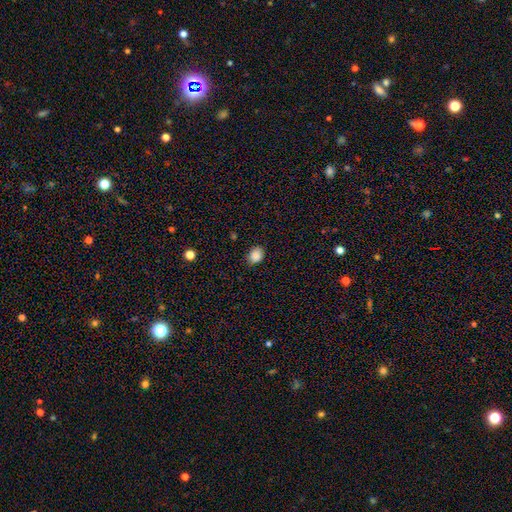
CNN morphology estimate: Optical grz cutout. It shows a smooth galaxy with no disk features (87%) that is in between round and cigar-shaped (54%). Merging: none (84%).